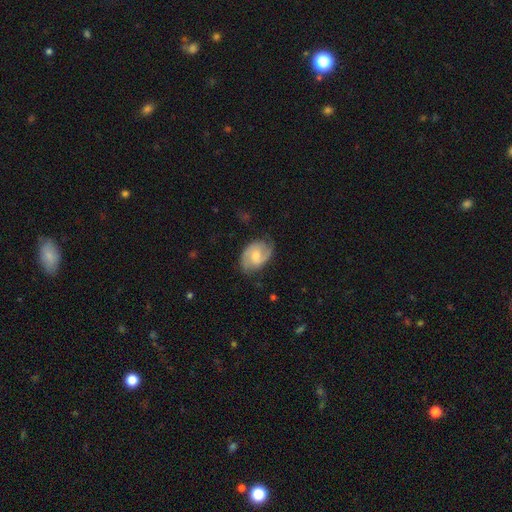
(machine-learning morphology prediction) The model was most divided on "bar": weak: 48%, no: 42%, strong: 10%. Remaining: edge-on disk — no (97%); spiral arms — yes (93%); spiral arm count — 2 (86%); smooth or featured — featured or disk (73%); merging — none (73%); bulge size — moderate (53%); spiral winding — medium (50%).